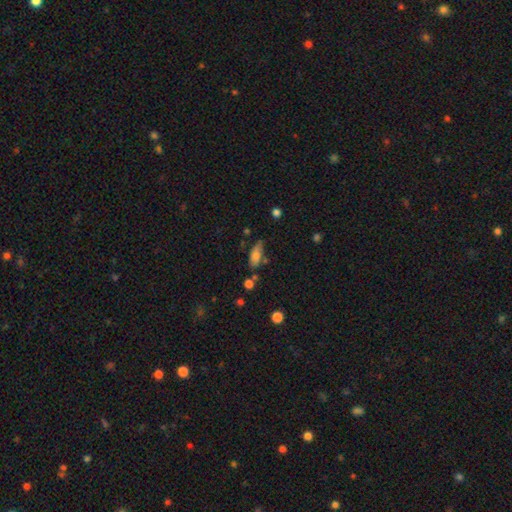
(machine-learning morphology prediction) This is likely a smooth galaxy (76%). How rounded: likely in between (76%). Merging: possibly none (56%).